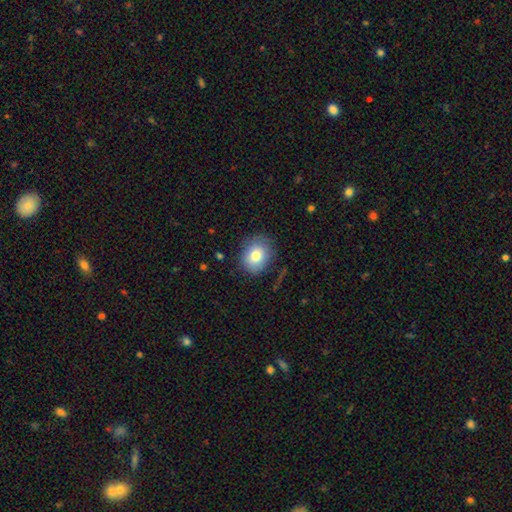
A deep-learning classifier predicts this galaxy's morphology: This is likely a smooth galaxy (78%). How rounded: possibly round (60%). Merging: likely none (79%).